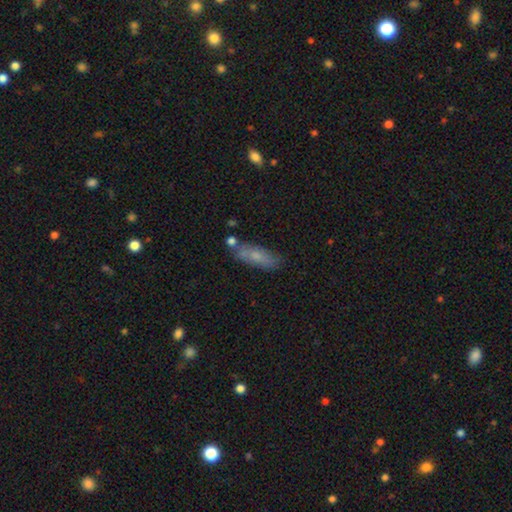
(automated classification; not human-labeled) A smooth galaxy with no disk features (69%) that is in between round and cigar-shaped (53%). Merging: none (69%).